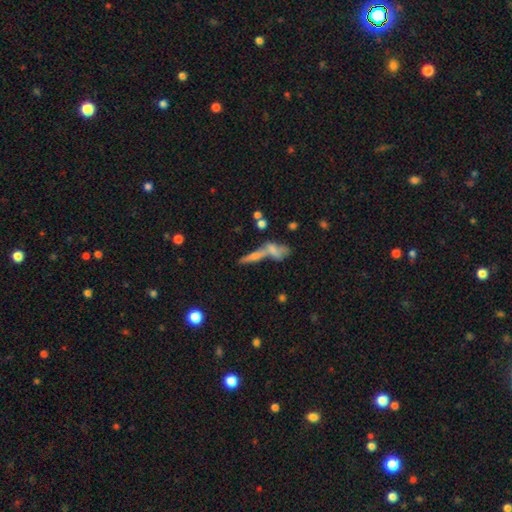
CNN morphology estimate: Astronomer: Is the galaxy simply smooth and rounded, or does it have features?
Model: featured or disk — 42%, tied with smooth at 42%.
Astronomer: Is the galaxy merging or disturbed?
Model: merger — 47% (runner-up: none, 37%).